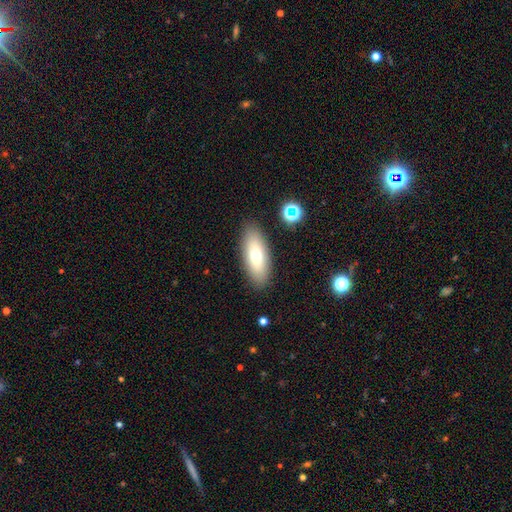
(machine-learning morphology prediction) Overall: smooth (67%). How rounded: in between (76%). Merging: none (88%).